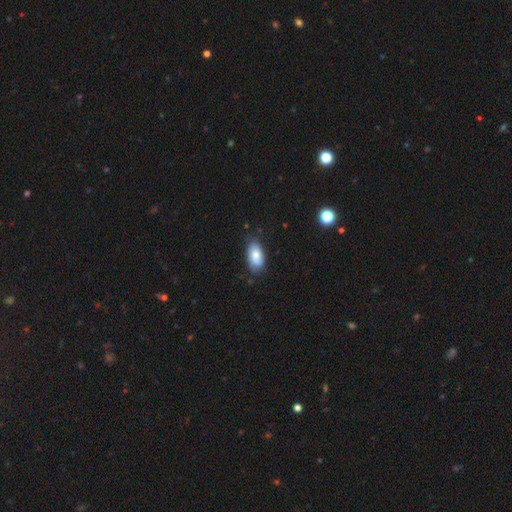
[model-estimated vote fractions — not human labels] The model was most divided on "merging": none: 70%, minor disturbance: 24%, major disturbance: 4%, merger: 2%. More confident: how rounded — in between (93%); smooth or featured — smooth (77%).